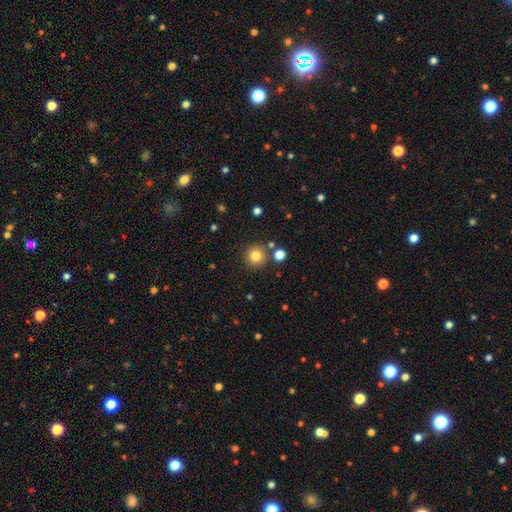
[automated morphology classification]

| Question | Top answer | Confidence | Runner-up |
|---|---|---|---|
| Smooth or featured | smooth | 81% | star or artifact (13%) |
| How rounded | round | 95% | in between (4%) |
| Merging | none | 84% | minor disturbance (7%) |